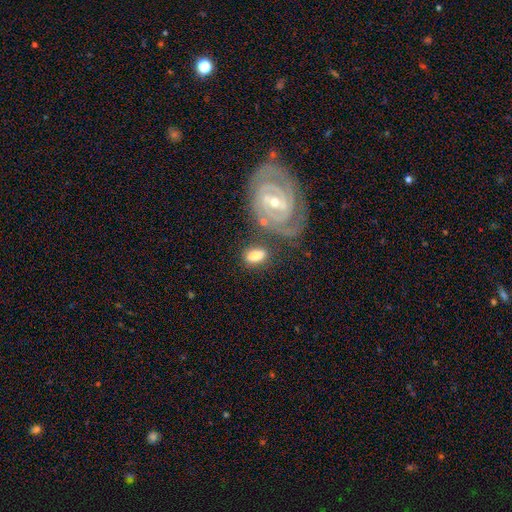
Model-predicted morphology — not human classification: This appears to be a smooth galaxy with no disk features (61%) that is in between round and cigar-shaped (85%). Merging: none (63%).